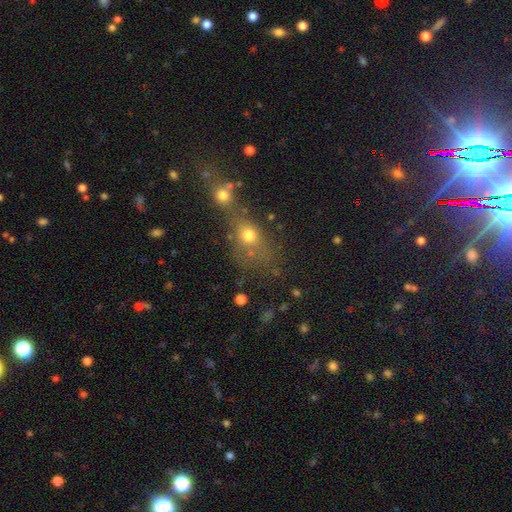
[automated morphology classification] Overall: smooth (51%; star or artifact 35%). How rounded: round (58%; in between 36%). Merging: merger (49%; none 33%).